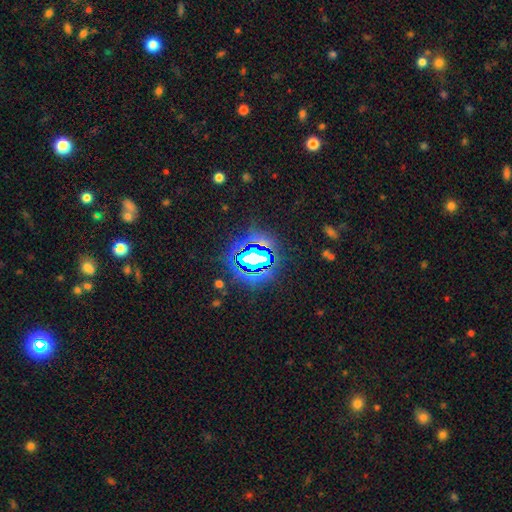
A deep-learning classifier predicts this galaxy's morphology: A star or artifact, not a galaxy (76%).